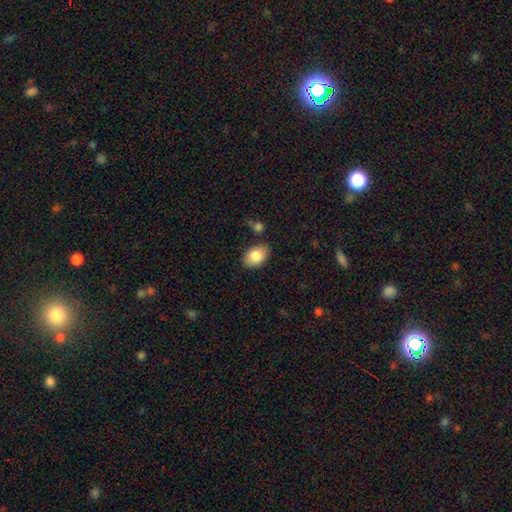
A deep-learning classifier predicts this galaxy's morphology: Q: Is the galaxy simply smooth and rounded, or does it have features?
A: smooth — 84%.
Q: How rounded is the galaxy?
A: in between — 88%.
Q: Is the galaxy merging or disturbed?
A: none — 81%.